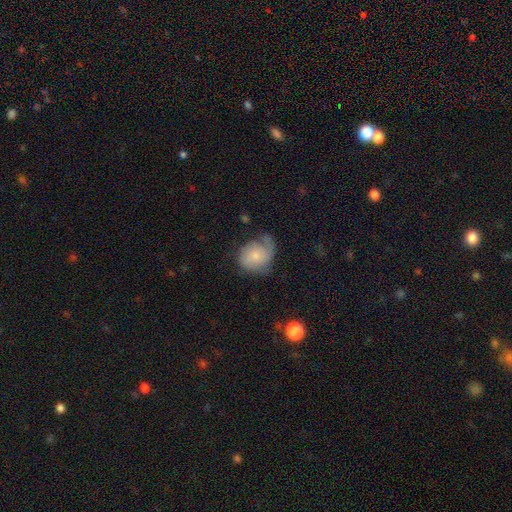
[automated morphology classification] Smooth or featured? Predicted: smooth (p=0.54). How rounded? Predicted: round (p=0.58). Merging? Predicted: none (p=0.44).